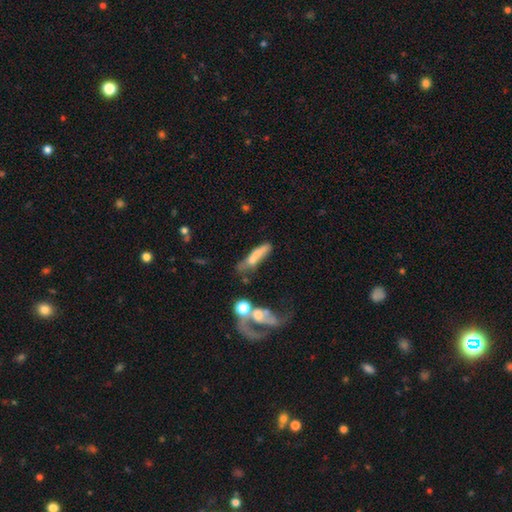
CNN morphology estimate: A smooth galaxy with no disk features (63%) that is cigar-shaped (75%). Merging: none (33%).